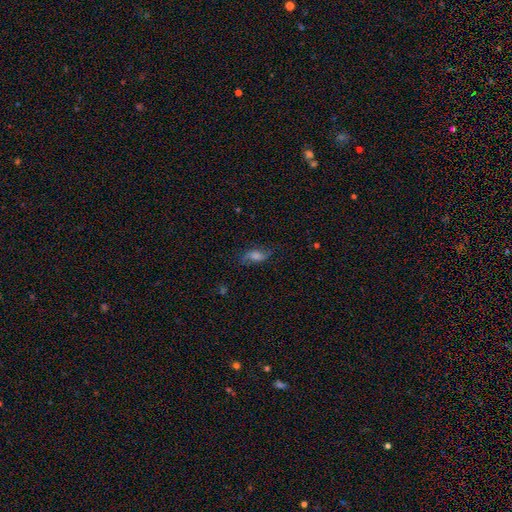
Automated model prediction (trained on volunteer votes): Smooth or featured? smooth (43%)
Merging? none (73%)